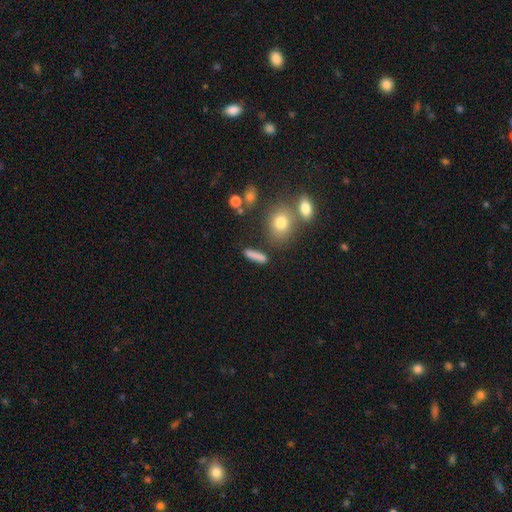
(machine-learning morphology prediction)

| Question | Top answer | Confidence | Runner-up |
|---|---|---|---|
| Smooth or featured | smooth | 78% | featured or disk (12%) |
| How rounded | cigar-shaped | 67% | in between (25%) |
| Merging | none | 72% | minor disturbance (13%) |